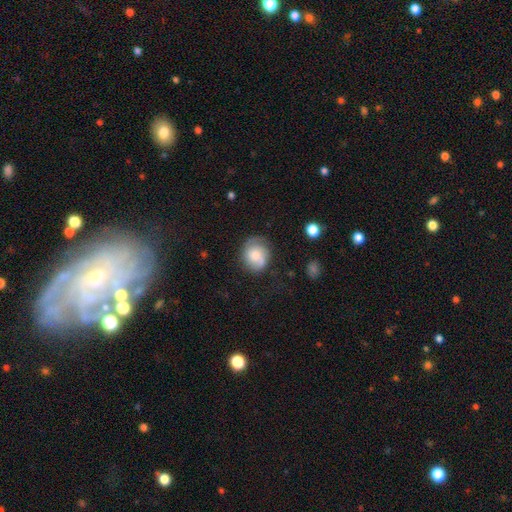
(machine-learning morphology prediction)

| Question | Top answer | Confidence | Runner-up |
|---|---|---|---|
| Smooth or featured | smooth | 52% | featured or disk (40%) |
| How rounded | round | 71% | in between (28%) |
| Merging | none | 64% | minor disturbance (24%) |